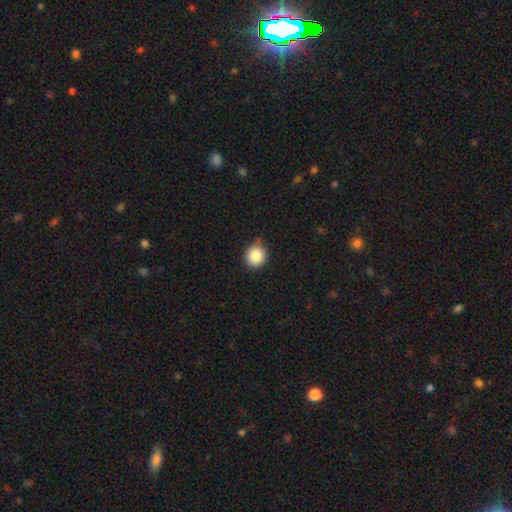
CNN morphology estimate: The model was most divided on "merging": none: 77%, minor disturbance: 17%, major disturbance: 3%, merger: 3%. More confident: how rounded — round (92%); smooth or featured — smooth (86%).